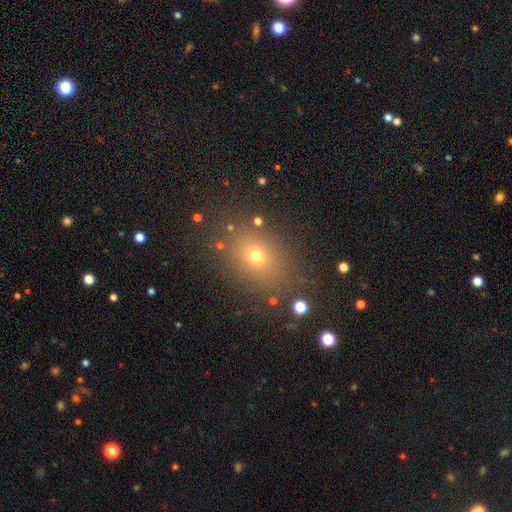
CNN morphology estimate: Overall: smooth (66%). How rounded: in between (55%; round 44%). Merging: none (82%).